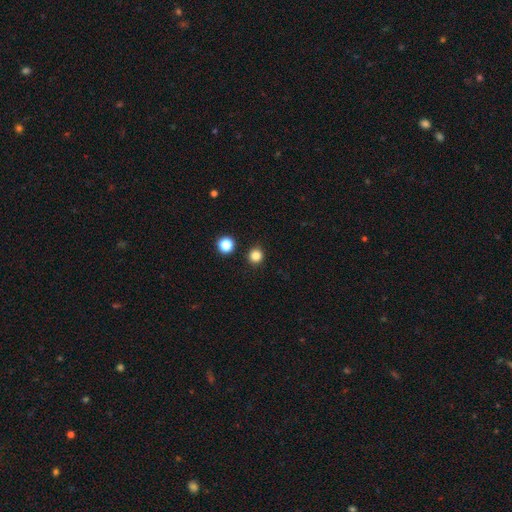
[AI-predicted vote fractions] smooth_or_featured: smooth (p=0.84) [alt: star or artifact p=0.13]
how_rounded: round (p=0.94) [alt: in between p=0.05]
merging: none (p=0.91) [alt: minor disturbance p=0.05]